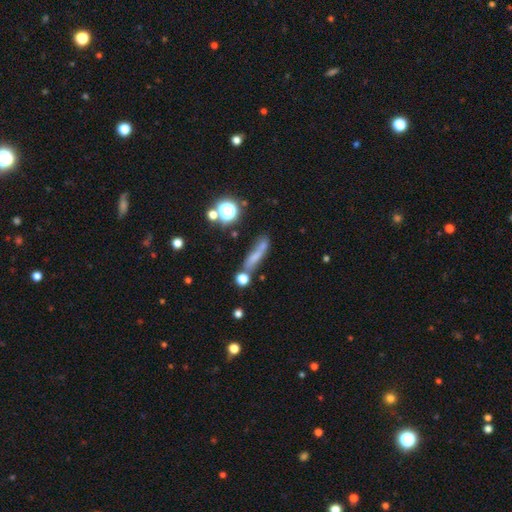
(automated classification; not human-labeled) Smooth or featured? Predicted: smooth (p=0.53). How rounded? Predicted: cigar-shaped (p=0.71). Merging? Predicted: none (p=0.54).